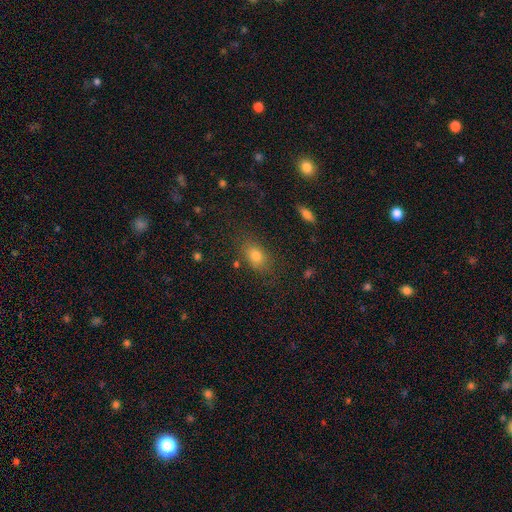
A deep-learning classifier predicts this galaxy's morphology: type=smooth (75%); roundness=in between (77%); merging=none (79%).